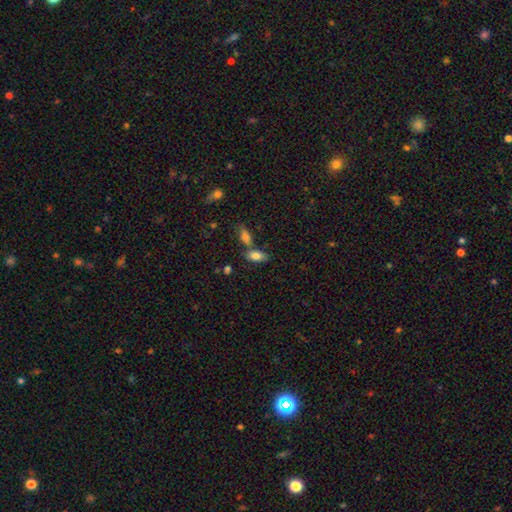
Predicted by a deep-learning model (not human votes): Overall: smooth (81%). How rounded: in between (90%). Merging: none (55%; merger 30%).